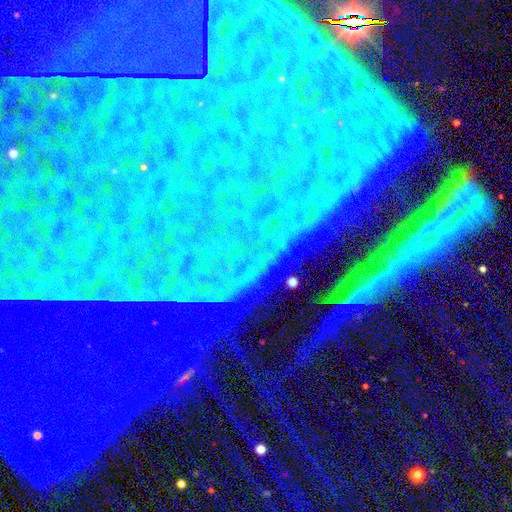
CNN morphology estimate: smooth-or-featured: star or artifact: 86% | featured or disk: 8% | smooth: 6%